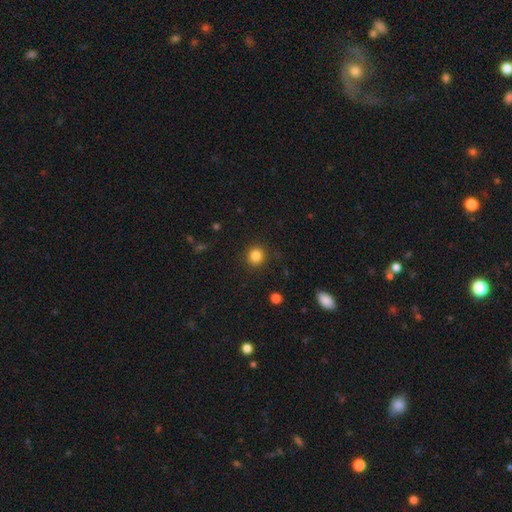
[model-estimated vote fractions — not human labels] smooth 84%, star or artifact 11%, featured or disk 5%. Down the decision tree: how rounded — round (89%); merging — none (90%).